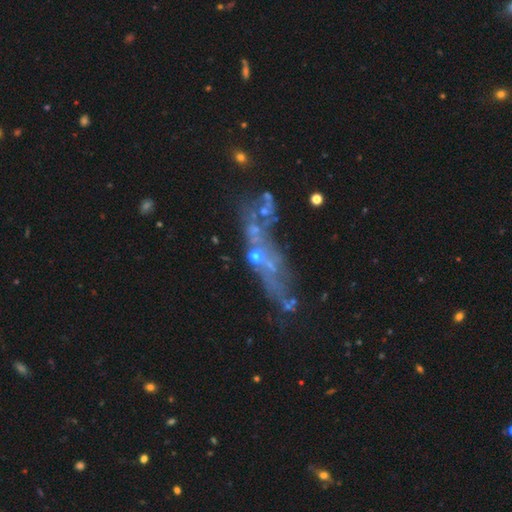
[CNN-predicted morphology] This is possibly a featured or disk galaxy (50%). Merging: marginally none (38%).